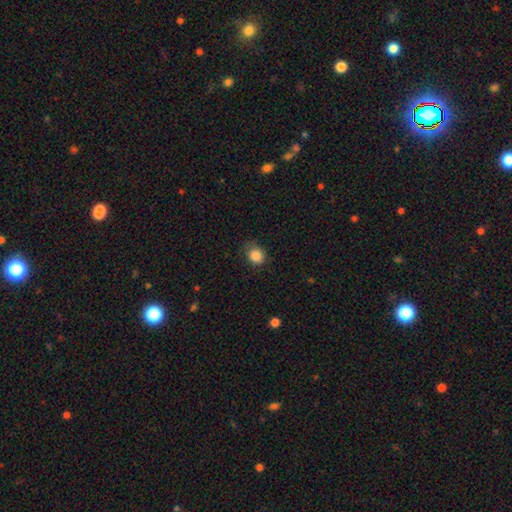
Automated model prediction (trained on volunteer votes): This is clearly a smooth galaxy (85%). How rounded: likely round (70%). Merging: likely none (66%).